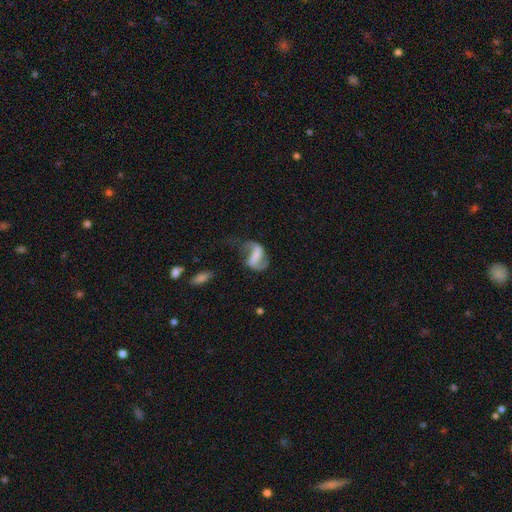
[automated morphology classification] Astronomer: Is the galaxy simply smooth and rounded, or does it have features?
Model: featured or disk — 72%.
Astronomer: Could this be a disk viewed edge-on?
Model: no — 97%.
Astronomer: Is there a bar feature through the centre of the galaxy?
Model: strong — 52% (runner-up: weak, 31%).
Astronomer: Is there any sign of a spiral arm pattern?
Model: yes — 86%.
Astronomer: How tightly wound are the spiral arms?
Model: loose — 65%.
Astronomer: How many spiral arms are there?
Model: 2 — 85%.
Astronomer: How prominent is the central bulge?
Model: none — 50%.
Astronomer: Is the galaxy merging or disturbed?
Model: none — 41% (runner-up: major disturbance, 33%).